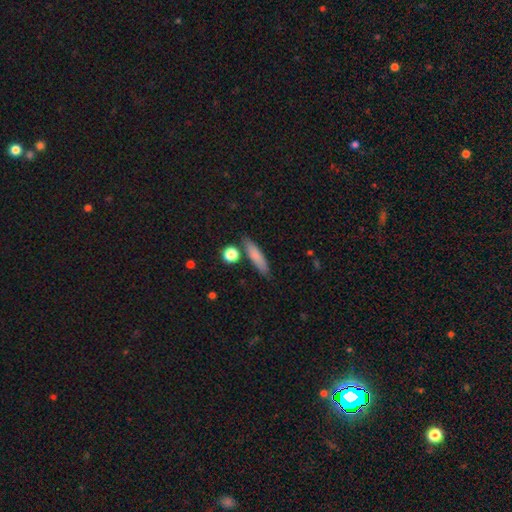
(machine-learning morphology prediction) Q: Smooth or featured?
A: smooth (78%); runner-up: featured or disk (15%)
Q: How rounded?
A: cigar-shaped (77%); runner-up: in between (20%)
Q: Merging?
A: none (81%); runner-up: minor disturbance (11%)